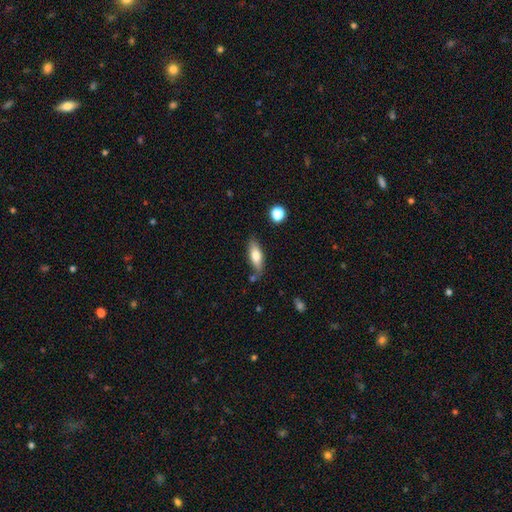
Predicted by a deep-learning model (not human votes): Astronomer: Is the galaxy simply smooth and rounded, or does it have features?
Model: smooth — 71%.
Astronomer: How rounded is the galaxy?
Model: in between — 66%.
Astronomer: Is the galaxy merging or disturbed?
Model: none — 70%.